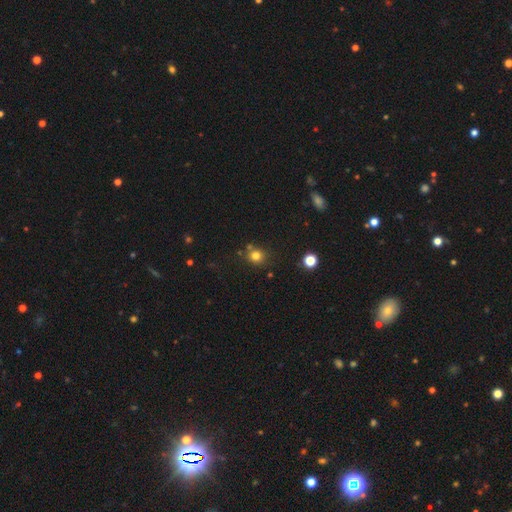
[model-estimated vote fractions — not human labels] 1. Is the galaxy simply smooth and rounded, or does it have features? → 79% smooth, 15% star or artifact, 6% featured or disk.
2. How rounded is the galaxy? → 86% round, 13% in between, 1% cigar-shaped.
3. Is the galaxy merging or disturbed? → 76% none, 11% minor disturbance, 9% merger, 4% major disturbance.